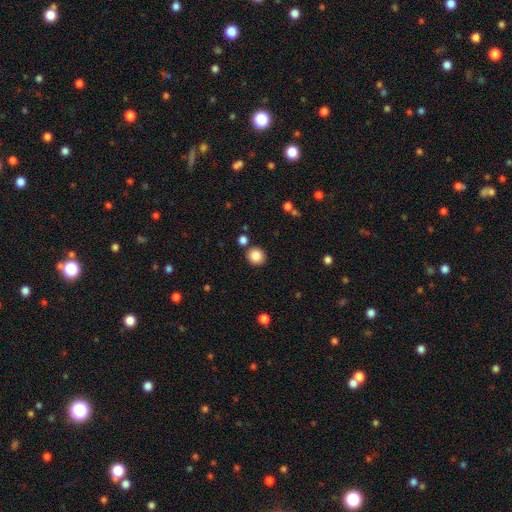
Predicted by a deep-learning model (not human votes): smooth 86%, star or artifact 10%, featured or disk 4%. Down the decision tree: how rounded — round (89%); merging — none (86%).